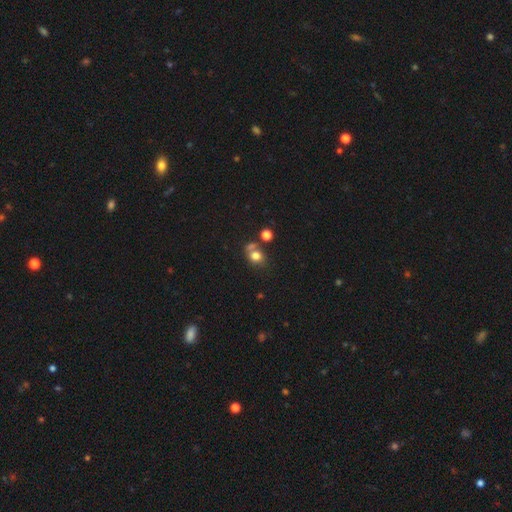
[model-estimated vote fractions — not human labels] Smooth or featured?
  - smooth: 76% *
  - star or artifact: 13%
  - featured or disk: 10%
How rounded?
  - round: 66% *
  - in between: 33%
  - cigar-shaped: 1%
Merging?
  - none: 50% *
  - merger: 30%
  - minor disturbance: 13%
  - major disturbance: 6%